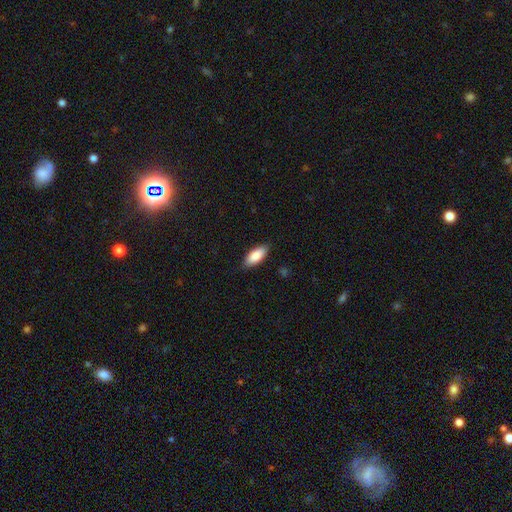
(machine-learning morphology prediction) Smooth or featured? Predicted: smooth (p=0.86). How rounded? Predicted: in between (p=0.82). Merging? Predicted: none (p=0.85).